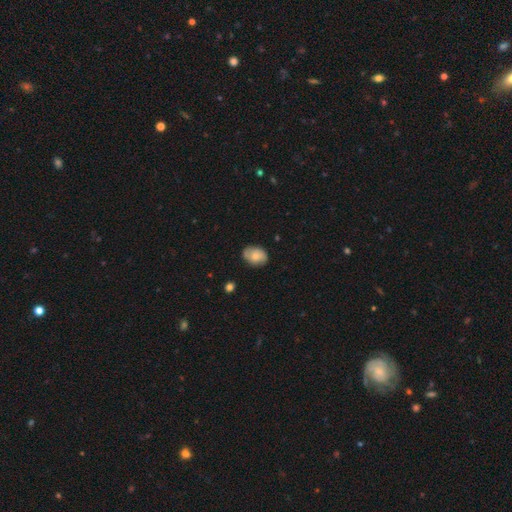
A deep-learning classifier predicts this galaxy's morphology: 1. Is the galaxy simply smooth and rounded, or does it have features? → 71% smooth, 22% featured or disk, 7% star or artifact.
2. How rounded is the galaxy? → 72% in between, 27% round, 1% cigar-shaped.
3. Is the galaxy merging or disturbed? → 79% none, 17% minor disturbance, 3% major disturbance, 1% merger.